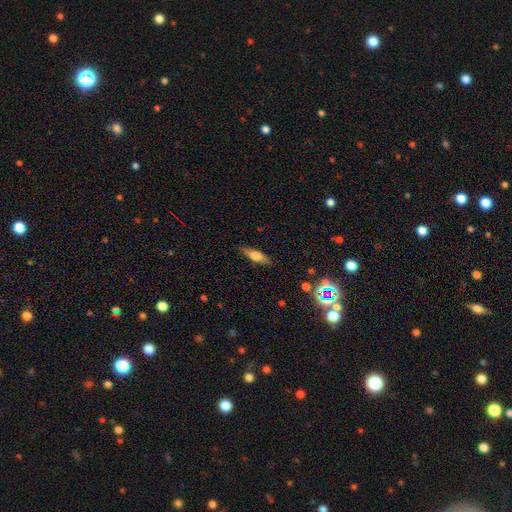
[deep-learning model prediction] Q: Smooth or featured?
A: smooth (67%); runner-up: featured or disk (25%)
Q: How rounded?
A: in between (50%); runner-up: cigar-shaped (48%)
Q: Merging?
A: none (84%); runner-up: minor disturbance (12%)